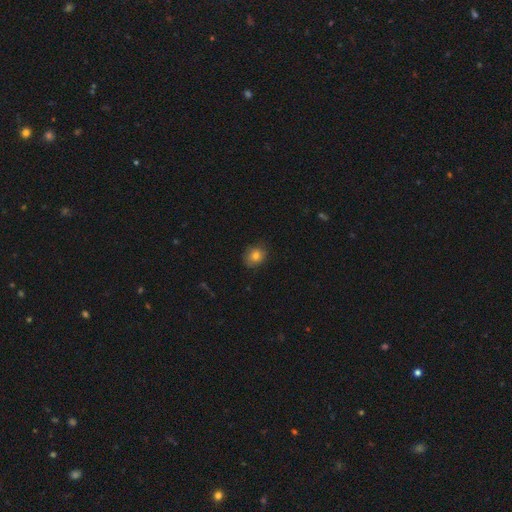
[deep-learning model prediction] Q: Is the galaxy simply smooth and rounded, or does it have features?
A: smooth — 79%.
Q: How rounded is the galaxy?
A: round — 62%.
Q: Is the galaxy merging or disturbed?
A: none — 80%.